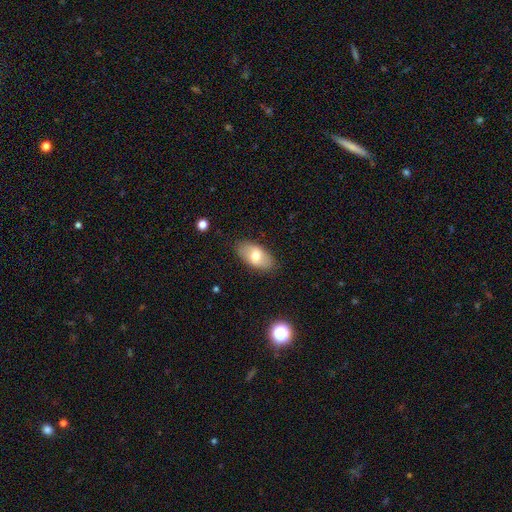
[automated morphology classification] Smooth or featured? Predicted: smooth (p=0.67). How rounded? Predicted: in between (p=0.93). Merging? Predicted: none (p=0.84).